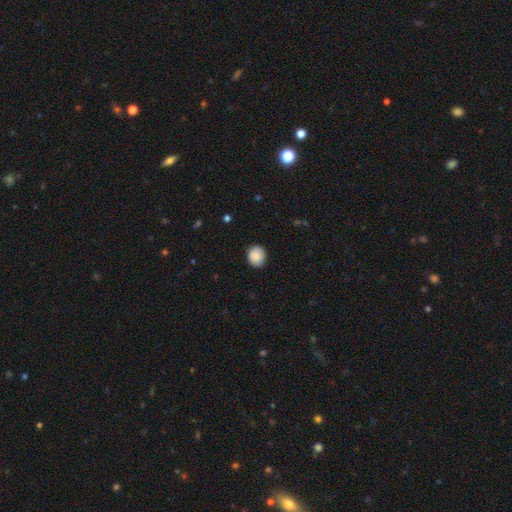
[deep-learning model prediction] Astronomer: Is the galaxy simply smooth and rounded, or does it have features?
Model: smooth — 89%.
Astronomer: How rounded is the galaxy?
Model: round — 77%.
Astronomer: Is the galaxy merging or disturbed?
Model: none — 87%.